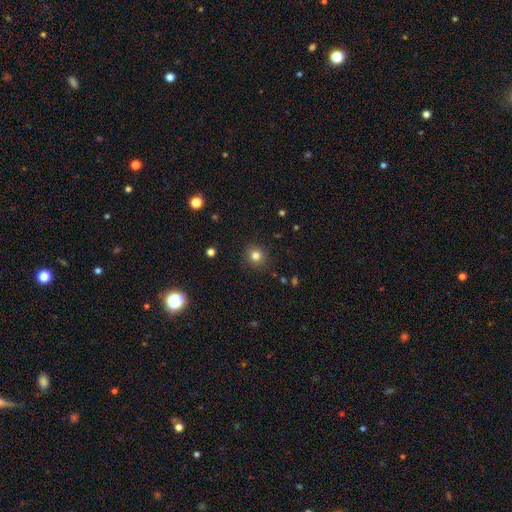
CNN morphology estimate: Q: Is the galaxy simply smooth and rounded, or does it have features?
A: smooth — 80%.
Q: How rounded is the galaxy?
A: round — 87%.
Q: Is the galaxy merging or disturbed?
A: none — 89%.